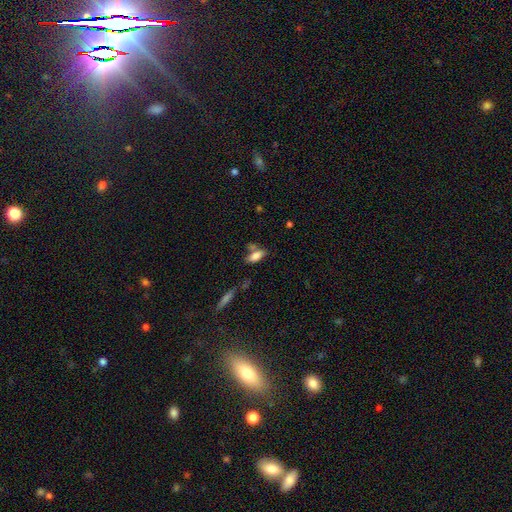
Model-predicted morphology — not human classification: A smooth galaxy with no disk features (78%) that is in between round and cigar-shaped (77%).

Vote fractions:
- Smooth or featured? smooth: 78% / featured or disk: 13% / star or artifact: 9%
- How rounded? in between: 77% / cigar-shaped: 20% / round: 3%
- Merging? none: 56% / merger: 22% / minor disturbance: 16% / major disturbance: 6%